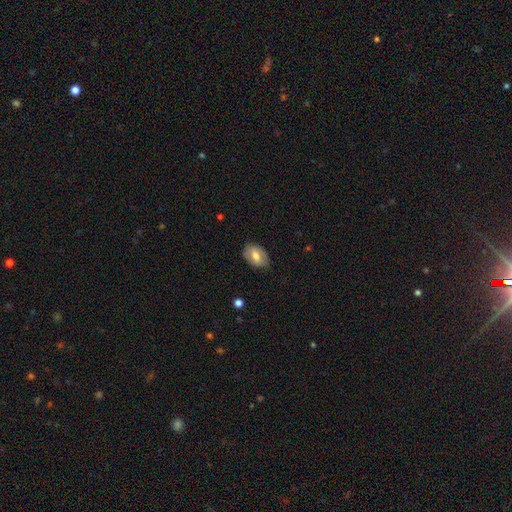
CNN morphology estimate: Q: Smooth or featured?
A: smooth (55%); runner-up: featured or disk (38%)
Q: How rounded?
A: in between (85%); runner-up: round (14%)
Q: Merging?
A: none (75%); runner-up: minor disturbance (19%)